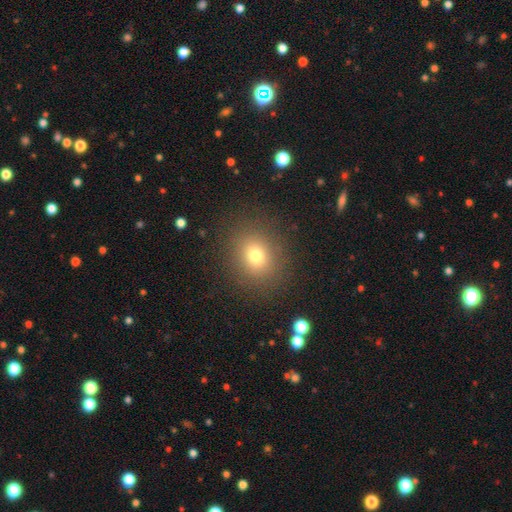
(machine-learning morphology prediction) smooth-or-featured: smooth: 74% | star or artifact: 16% | featured or disk: 11%
  how-rounded: round: 71% | in between: 28% | cigar-shaped: 1%
  merging: none: 87% | minor disturbance: 8% | major disturbance: 4% | merger: 1%